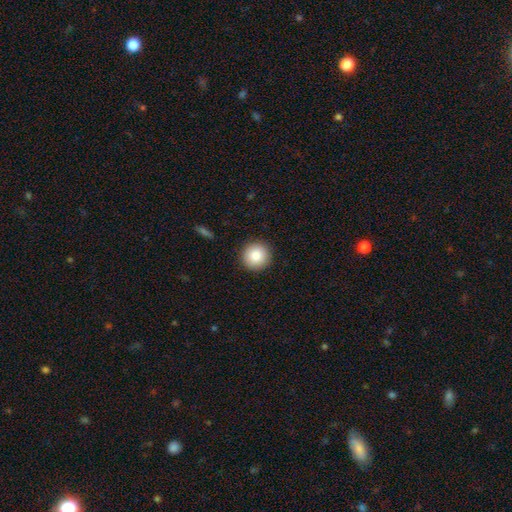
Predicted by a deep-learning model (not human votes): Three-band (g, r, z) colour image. It shows a smooth galaxy with no disk features (86%) that is round (95%). Merging: none (92%).